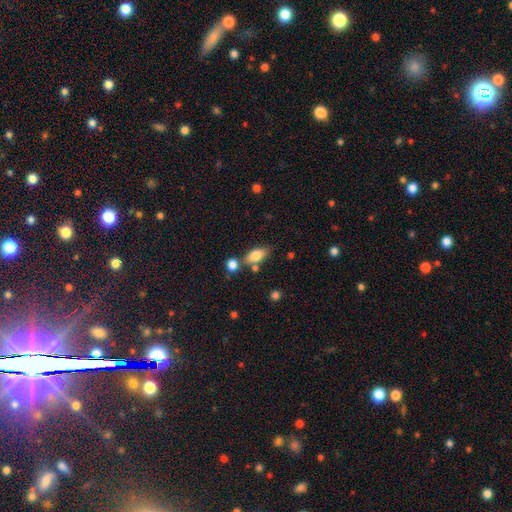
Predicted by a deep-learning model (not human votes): smooth_or_featured: smooth (p=0.77) [alt: featured or disk p=0.15]
how_rounded: in between (p=0.83) [alt: cigar-shaped p=0.11]
merging: none (p=0.63) [alt: merger p=0.19]